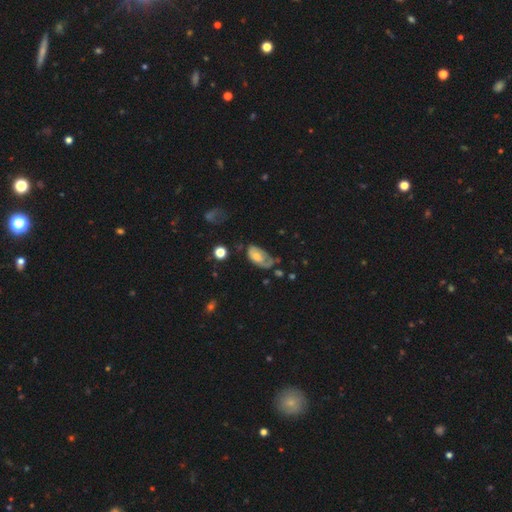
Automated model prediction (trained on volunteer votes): smooth-or-featured: smooth: 50% | featured or disk: 42% | star or artifact: 8%
  how-rounded: in between: 91% | round: 5% | cigar-shaped: 3%
  merging: none: 34% | minor disturbance: 33% | major disturbance: 28% | merger: 5%